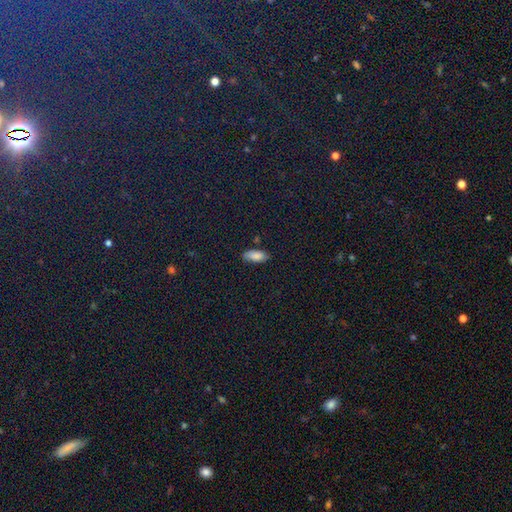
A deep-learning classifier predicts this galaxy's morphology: A smooth galaxy with no disk features (85%) that is in between round and cigar-shaped (88%). Merging: none (83%).